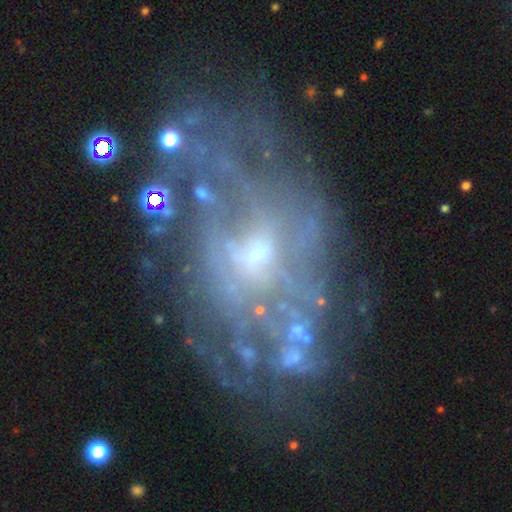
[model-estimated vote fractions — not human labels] Morphology: type=featured or disk (74%); edge-on=no (94%); bar=no (68%); spiral arms=yes (74%); winding=tight (59%); arm count=can't tell (57%); bulge=small (65%); merging=none (71%).